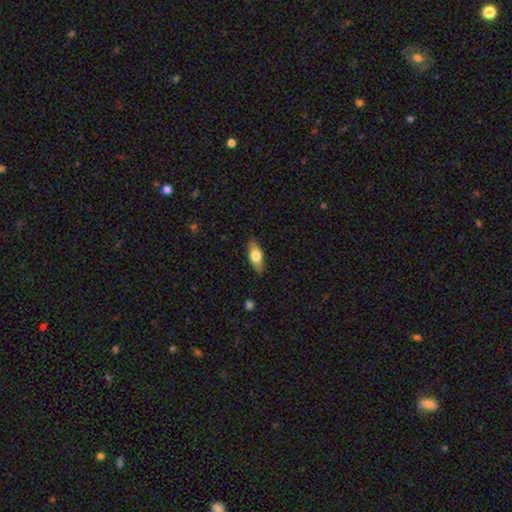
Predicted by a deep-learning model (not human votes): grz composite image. It shows a smooth galaxy with no disk features (63%) that is in between round and cigar-shaped (74%). Merging: none (84%).